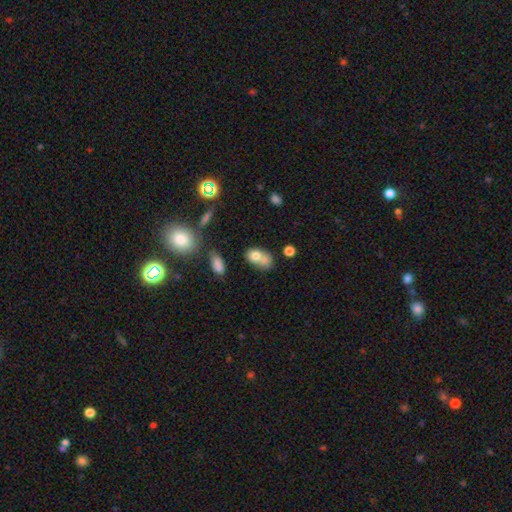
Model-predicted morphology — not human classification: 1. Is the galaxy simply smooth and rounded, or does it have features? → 70% smooth, 20% featured or disk, 11% star or artifact.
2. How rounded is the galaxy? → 75% in between, 23% round, 2% cigar-shaped.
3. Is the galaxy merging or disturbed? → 47% merger, 26% none, 17% minor disturbance, 10% major disturbance.